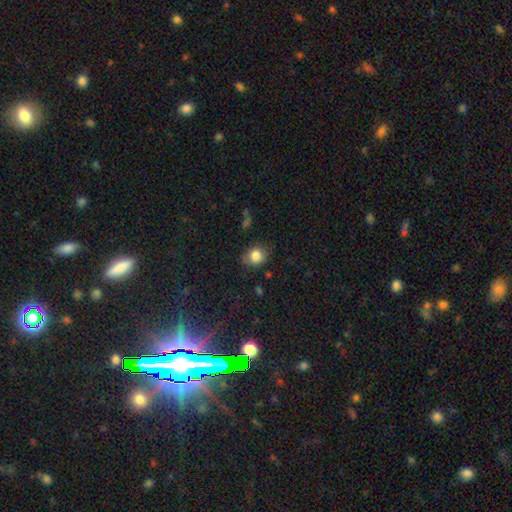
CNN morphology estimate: smooth-or-featured: smooth: 83% | star or artifact: 10% | featured or disk: 7%
  how-rounded: round: 71% | in between: 28% | cigar-shaped: 1%
  merging: none: 74% | minor disturbance: 19% | major disturbance: 5% | merger: 2%